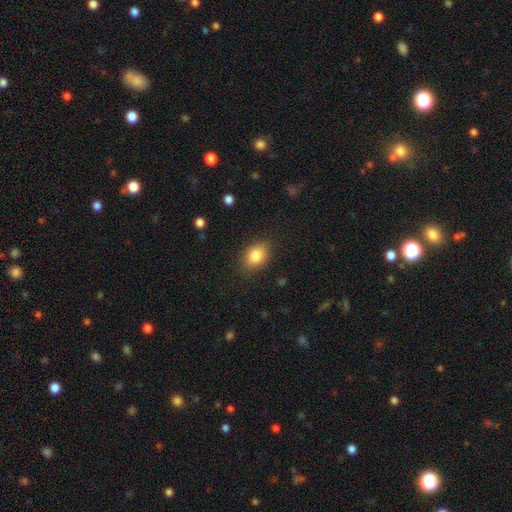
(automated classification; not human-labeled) smooth 83%, star or artifact 9%, featured or disk 8%. Down the decision tree: how rounded — in between (72%); merging — none (85%).